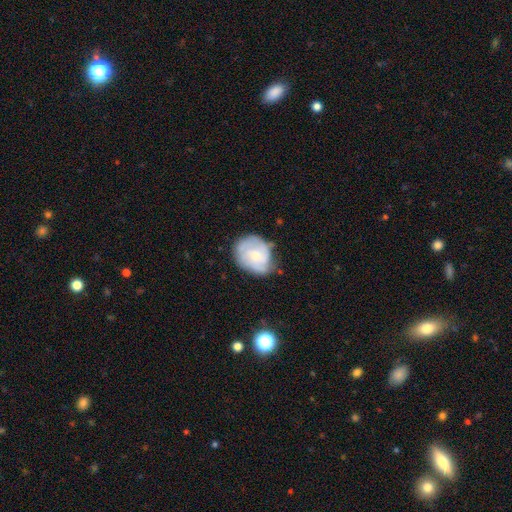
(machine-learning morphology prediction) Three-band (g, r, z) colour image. It shows a featured or disk galaxy (56%) with no bar (71%), spiral arms (72%) and a small central bulge (53%). Merging: none (56%).